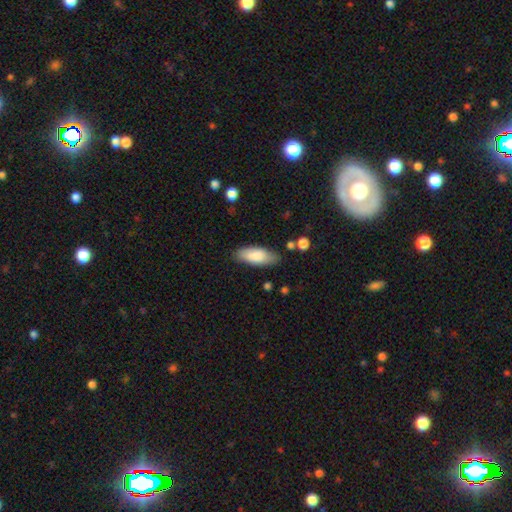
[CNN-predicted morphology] A smooth galaxy with no disk features (84%) that is in between round and cigar-shaped (75%).

Vote fractions:
- Smooth or featured? smooth: 84% / featured or disk: 10% / star or artifact: 6%
- How rounded? in between: 75% / cigar-shaped: 24% / round: 2%
- Merging? none: 79% / minor disturbance: 15% / major disturbance: 3% / merger: 3%